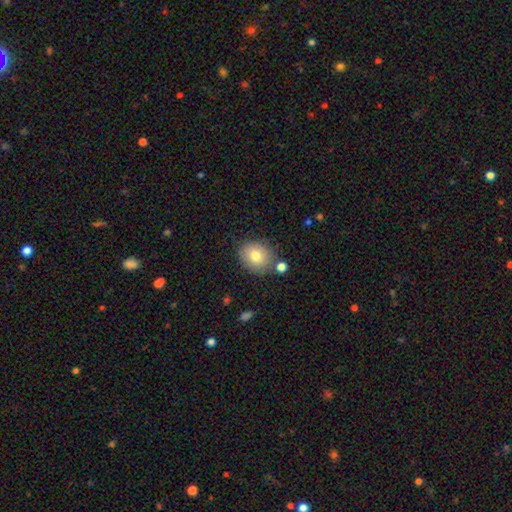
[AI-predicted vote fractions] The model was most divided on "how rounded": round: 61%, in between: 38%, cigar-shaped: 1%. More confident: smooth or featured — smooth (76%); merging — none (76%).